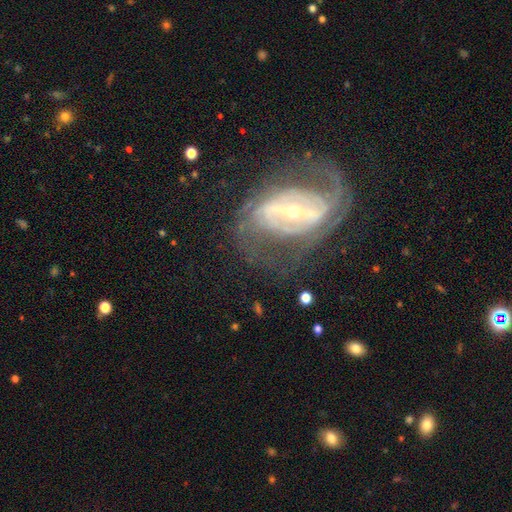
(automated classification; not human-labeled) Overall: featured or disk (87%). Edge-on disk: no (95%). Bar: strong (59%; weak 28%). Spiral arms: yes (93%). Spiral arm count: 2 (70%). Spiral winding: medium (43%; tight 38%). Bulge size: small (64%; moderate 31%). Merging: none (66%).